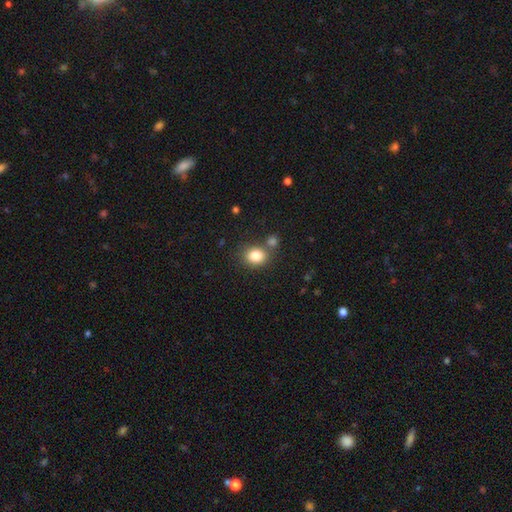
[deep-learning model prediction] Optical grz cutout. It shows a smooth galaxy with no disk features (83%) that is round (62%). Merging: none (69%).